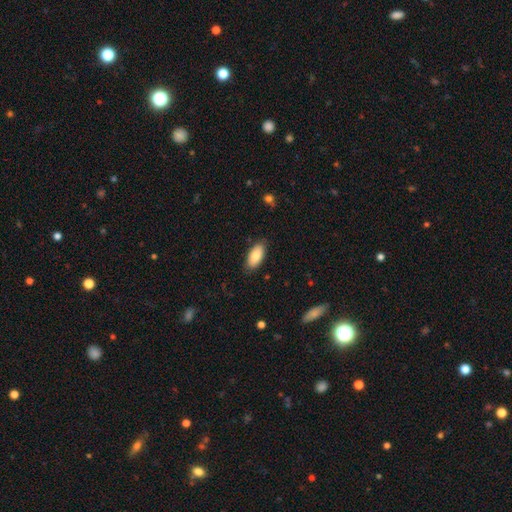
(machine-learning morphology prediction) A smooth galaxy with no disk features (84%) that is in between round and cigar-shaped (91%). Merging: none (84%).